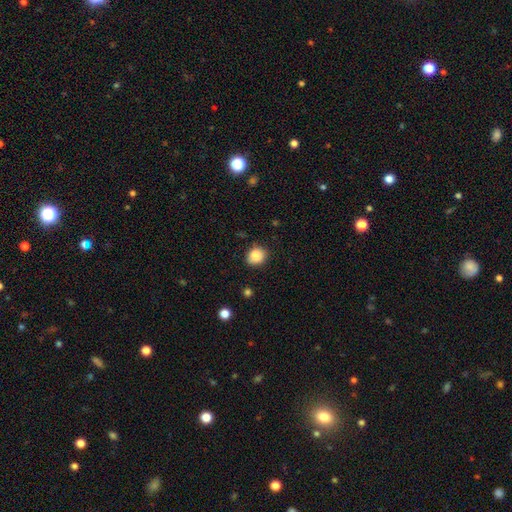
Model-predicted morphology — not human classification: smooth 85%, star or artifact 9%, featured or disk 6%. Down the decision tree: how rounded — round (67%); merging — none (84%).